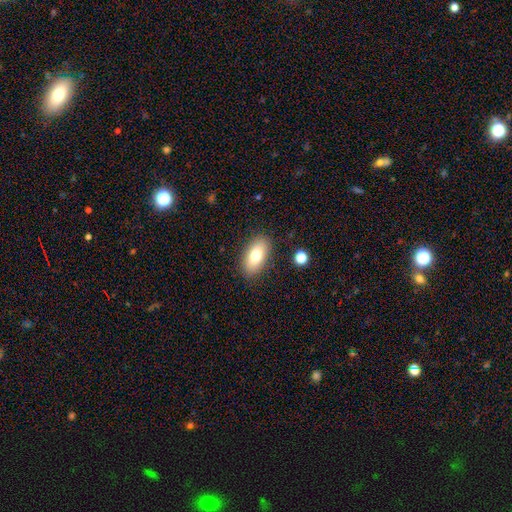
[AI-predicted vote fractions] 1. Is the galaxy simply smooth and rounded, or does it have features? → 77% smooth, 15% featured or disk, 8% star or artifact.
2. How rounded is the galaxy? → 90% in between, 5% cigar-shaped, 4% round.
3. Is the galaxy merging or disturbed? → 86% none, 10% minor disturbance, 3% major disturbance, 2% merger.